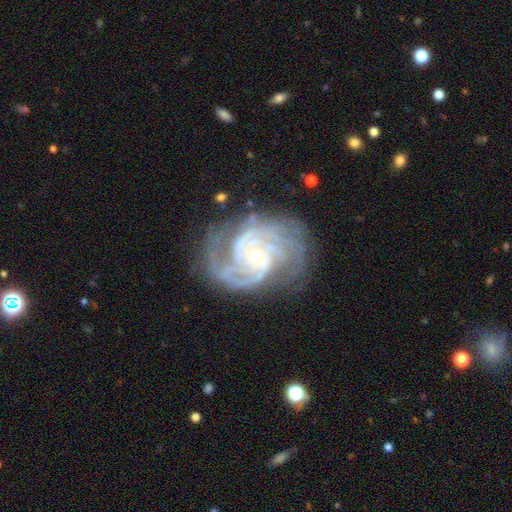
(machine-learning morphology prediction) Smooth or featured?
  - featured or disk: 92% *
  - star or artifact: 5%
  - smooth: 3%
Edge-on disk?
  - no: 97% *
  - yes: 3%
Bar?
  - no: 70% *
  - weak: 23%
  - strong: 7%
Spiral arms?
  - yes: 98% *
  - no: 2%
Spiral winding?
  - tight: 64% *
  - medium: 31%
  - loose: 5%
Spiral arm count?
  - 3: 29% *
  - 2: 20%
  - can't tell: 17%
  - 4: 17%
  - more than 4: 10%
  - 1: 7%
Bulge size?
  - small: 51% *
  - moderate: 46%
  - large: 2%
  - none: 1%
  - dominant: 1%
Merging?
  - none: 70% *
  - minor disturbance: 19%
  - major disturbance: 10%
  - merger: 2%